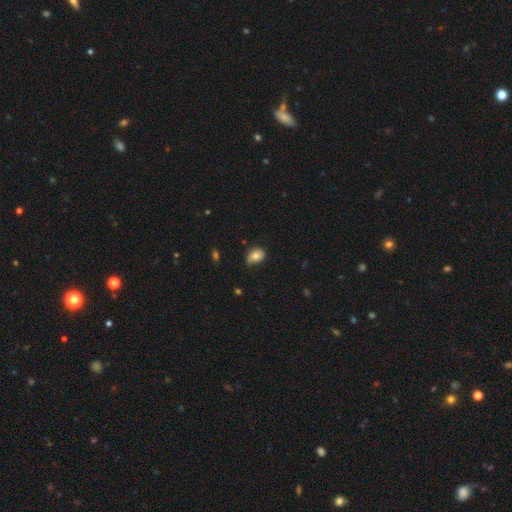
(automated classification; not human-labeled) The model was most divided on "merging": none: 57%, minor disturbance: 35%, major disturbance: 7%, merger: 2%. More confident: smooth or featured — smooth (76%); how rounded — in between (74%).